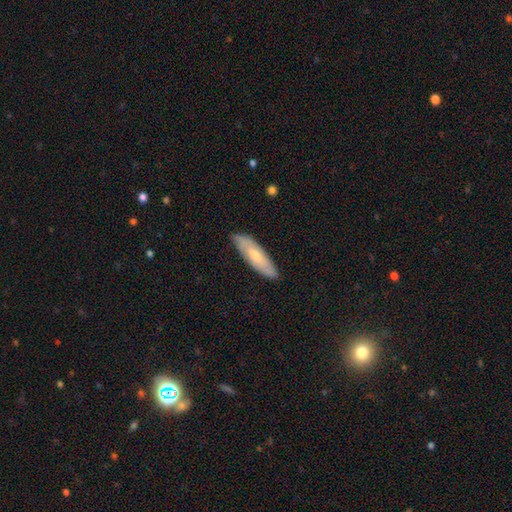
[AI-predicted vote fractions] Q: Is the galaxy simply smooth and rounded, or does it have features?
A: smooth — 56%.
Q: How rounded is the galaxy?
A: cigar-shaped — 59%.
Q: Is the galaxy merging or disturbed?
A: none — 85%.